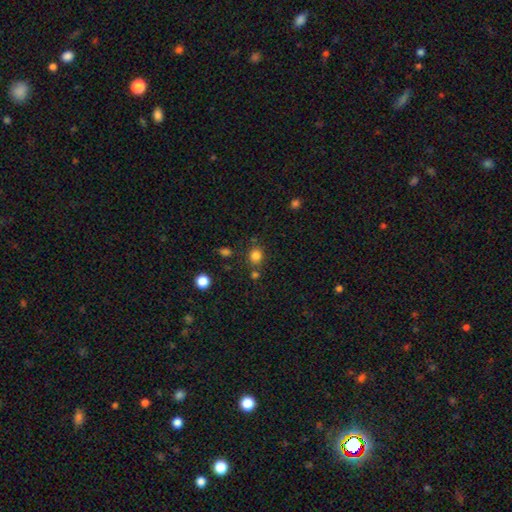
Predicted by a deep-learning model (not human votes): smooth_or_featured: smooth (p=0.81) [alt: star or artifact p=0.14]
how_rounded: round (p=0.79) [alt: in between p=0.20]
merging: none (p=0.75) [alt: merger p=0.11]